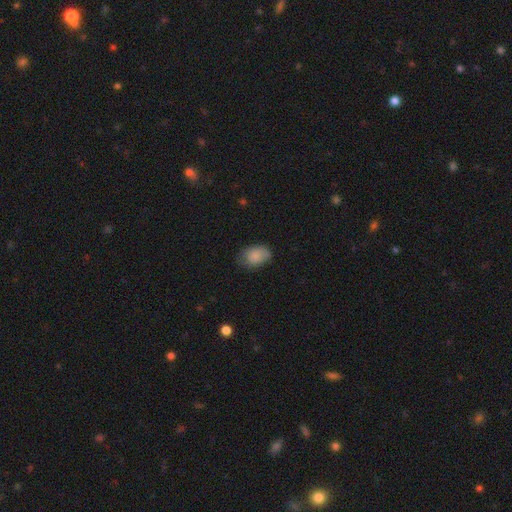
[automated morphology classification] This appears to be a smooth galaxy with no disk features (85%) that is in between round and cigar-shaped (80%). Merging: none (65%).